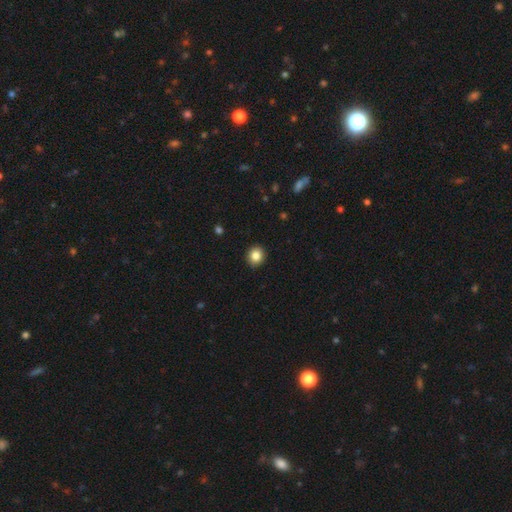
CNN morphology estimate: smooth-or-featured: smooth: 85% | star or artifact: 10% | featured or disk: 5%
  how-rounded: round: 81% | in between: 18% | cigar-shaped: 1%
  merging: none: 92% | minor disturbance: 6% | major disturbance: 2% | merger: 1%